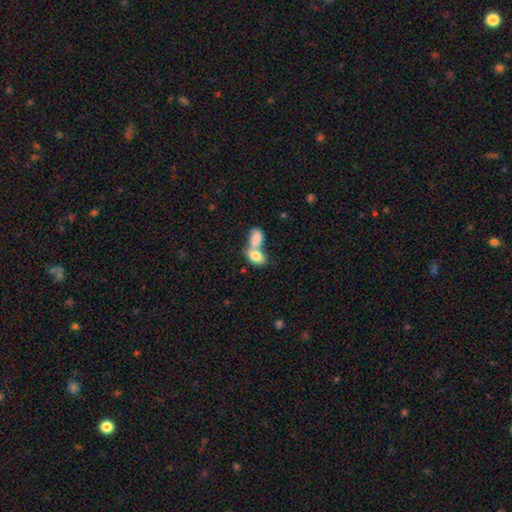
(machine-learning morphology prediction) A smooth galaxy with no disk features (79%) that is in between round and cigar-shaped (87%).

Vote fractions:
- Smooth or featured? smooth: 79% / featured or disk: 14% / star or artifact: 7%
- How rounded? in between: 87% / round: 10% / cigar-shaped: 3%
- Merging? merger: 77% / none: 15% / minor disturbance: 5% / major disturbance: 4%